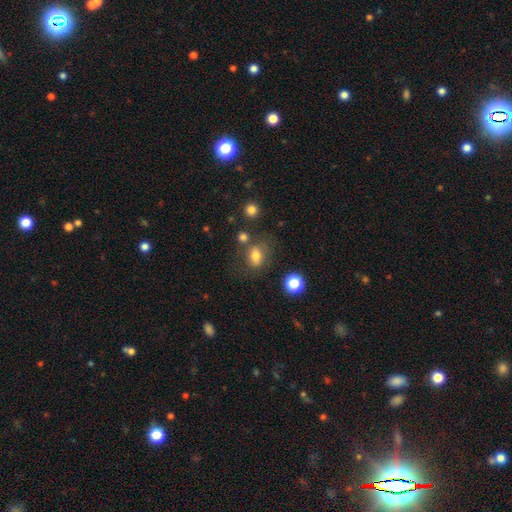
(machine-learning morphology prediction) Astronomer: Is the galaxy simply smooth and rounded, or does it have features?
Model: smooth — 75%.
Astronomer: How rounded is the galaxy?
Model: in between — 59% (runner-up: round, 39%).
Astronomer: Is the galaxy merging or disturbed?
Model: none — 62%.